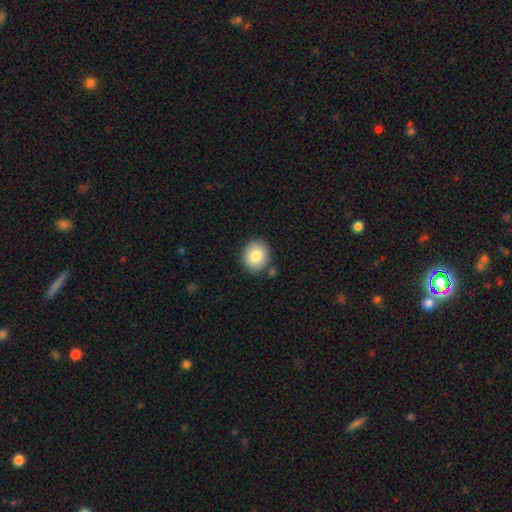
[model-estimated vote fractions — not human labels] A smooth galaxy with no disk features (83%) that is round (71%). Merging: none (84%).